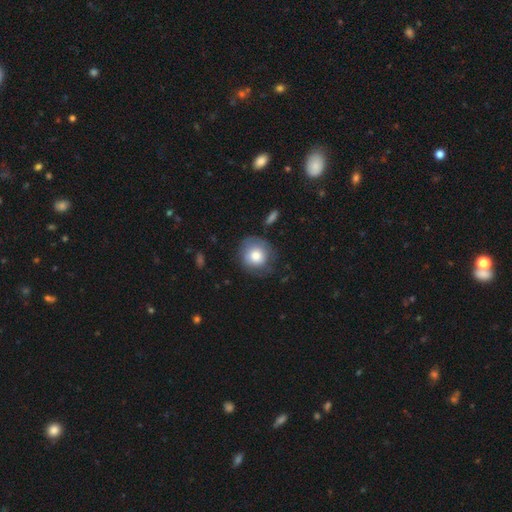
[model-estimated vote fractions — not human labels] Smooth or featured: smooth — 74% (featured or disk — 18%)
How rounded: round — 88% (in between — 11%)
Merging: none — 69% (minor disturbance — 21%)